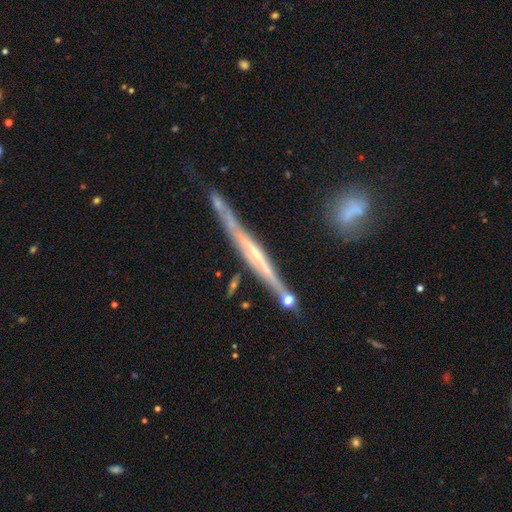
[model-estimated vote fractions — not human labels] Morphology: type=featured or disk (74%); edge-on=yes (95%); edge-on bulge=none (63%); merging=none (71%).